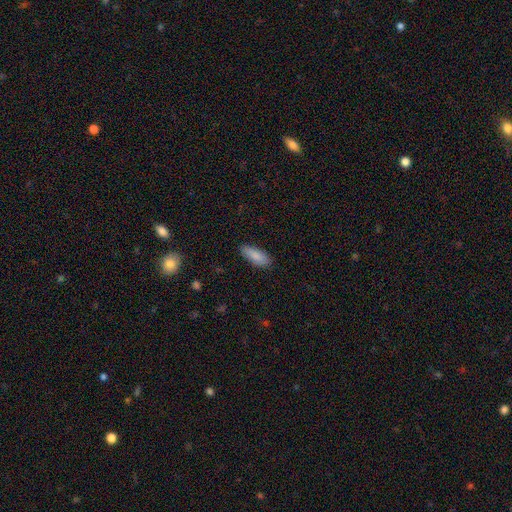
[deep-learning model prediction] Smooth or featured? Predicted: smooth (p=0.87). How rounded? Predicted: in between (p=0.74). Merging? Predicted: none (p=0.88).